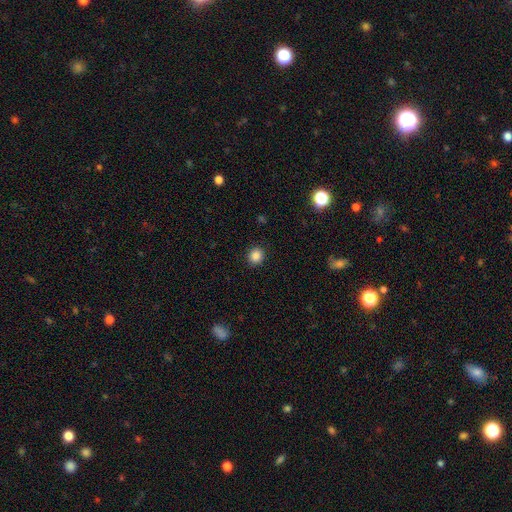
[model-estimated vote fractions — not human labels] smooth_or_featured: smooth (p=0.86) [alt: star or artifact p=0.11]
how_rounded: round (p=0.87) [alt: in between p=0.12]
merging: none (p=0.91) [alt: minor disturbance p=0.06]